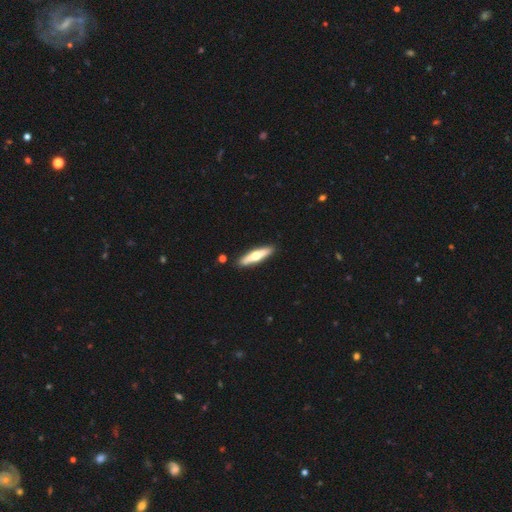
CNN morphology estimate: Smooth or featured? Predicted: featured or disk (p=0.52). Edge-on disk? Predicted: yes (p=0.91). Merging? Predicted: none (p=0.90).